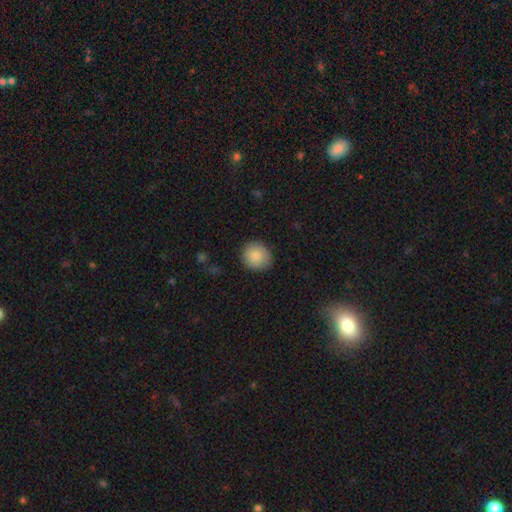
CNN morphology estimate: A smooth galaxy with no disk features (87%) that is round (87%). Merging: none (87%).